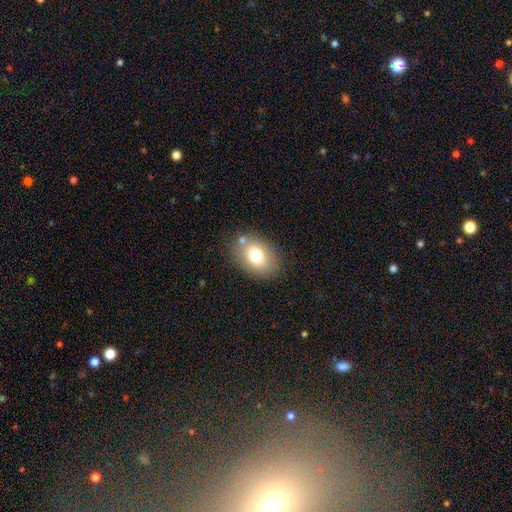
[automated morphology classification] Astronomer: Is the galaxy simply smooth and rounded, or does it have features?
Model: smooth — 74%.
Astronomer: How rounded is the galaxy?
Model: in between — 79%.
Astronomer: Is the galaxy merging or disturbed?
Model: none — 78%.